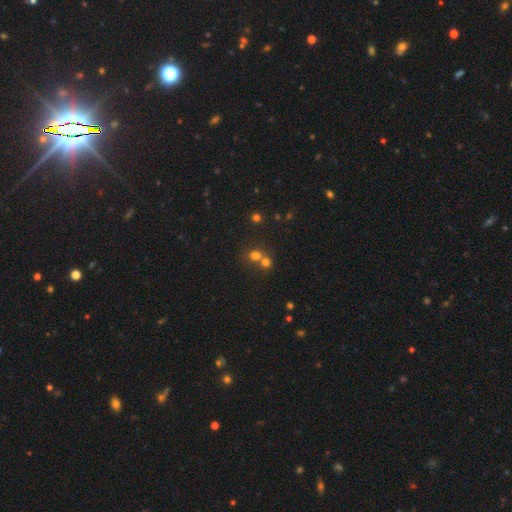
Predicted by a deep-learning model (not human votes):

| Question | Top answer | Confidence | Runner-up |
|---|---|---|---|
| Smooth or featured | smooth | 71% | star or artifact (18%) |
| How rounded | round | 75% | in between (24%) |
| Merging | merger | 51% | none (40%) |